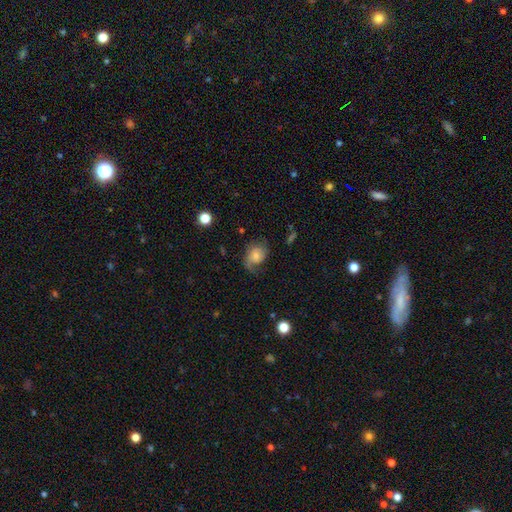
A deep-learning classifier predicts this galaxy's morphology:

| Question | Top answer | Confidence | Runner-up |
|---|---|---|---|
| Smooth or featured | featured or disk | 47% | smooth (44%) |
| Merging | none | 48% | minor disturbance (27%) |